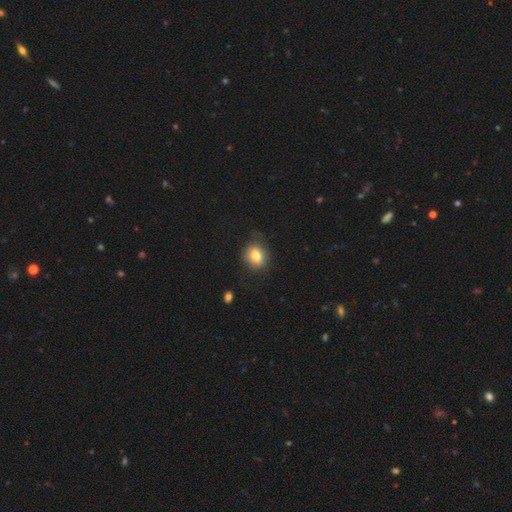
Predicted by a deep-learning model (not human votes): Smooth or featured? Predicted: smooth (p=0.78). How rounded? Predicted: round (p=0.59). Merging? Predicted: none (p=0.73).